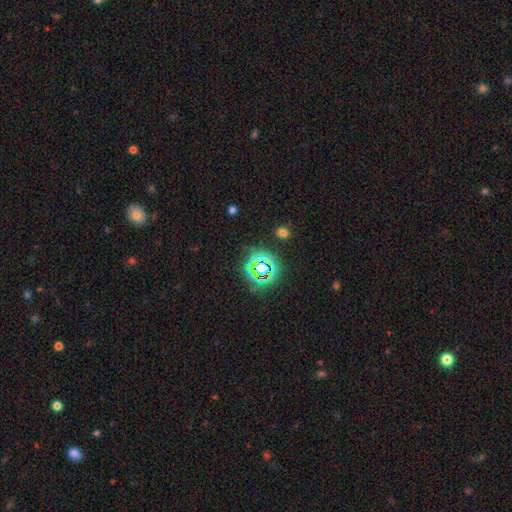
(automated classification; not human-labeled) smooth-or-featured: star or artifact: 75% | smooth: 17% | featured or disk: 9%